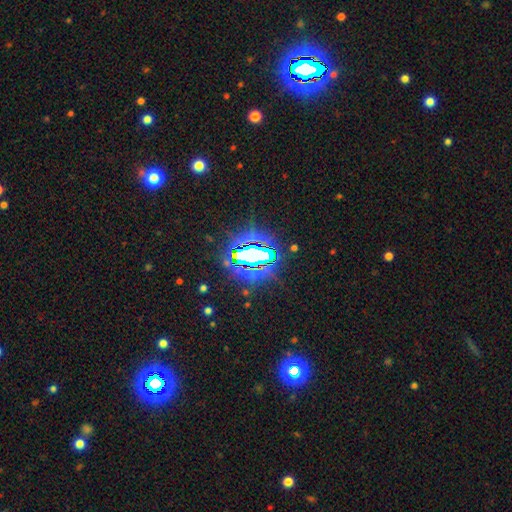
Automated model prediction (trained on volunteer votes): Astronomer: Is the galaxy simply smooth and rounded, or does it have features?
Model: star or artifact — 72%.